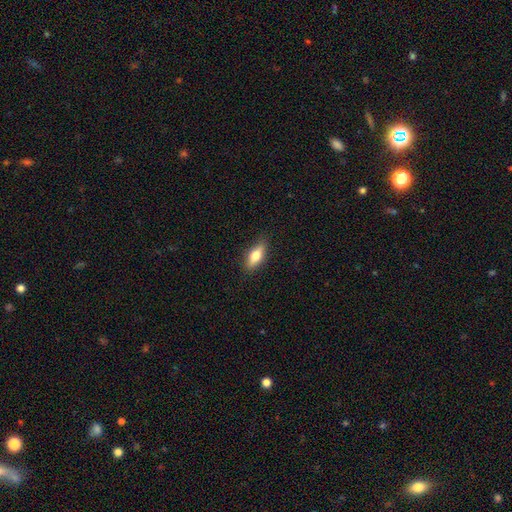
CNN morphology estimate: smooth_or_featured: smooth (p=0.67) [alt: featured or disk p=0.26]
how_rounded: in between (p=0.68) [alt: cigar-shaped p=0.29]
merging: none (p=0.86) [alt: minor disturbance p=0.11]